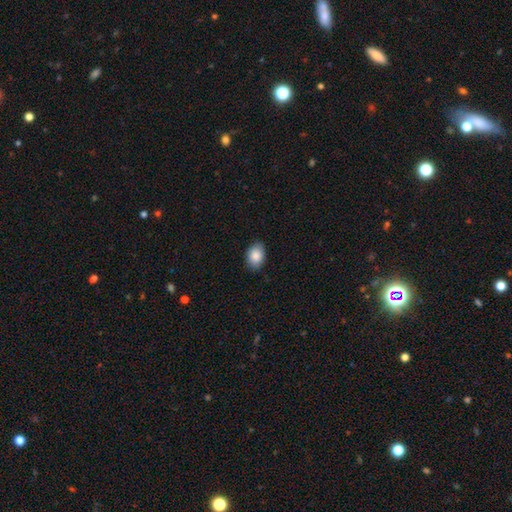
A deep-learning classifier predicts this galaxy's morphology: The model was most divided on "how rounded": in between: 83%, round: 16%, cigar-shaped: 1%. More confident: smooth or featured — smooth (88%); merging — none (86%).